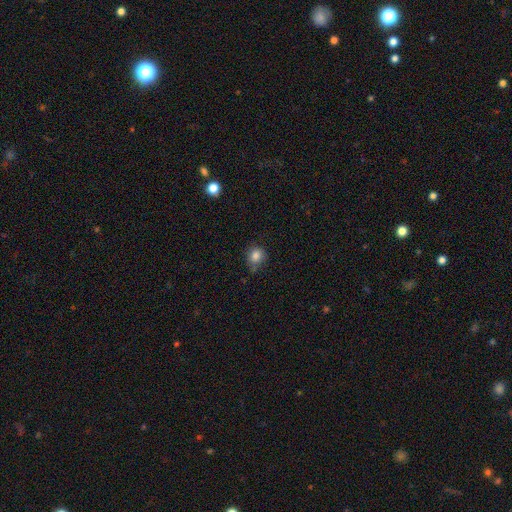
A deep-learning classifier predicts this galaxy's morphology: This is clearly a smooth galaxy (84%). How rounded: clearly round (82%). Merging: likely none (67%).